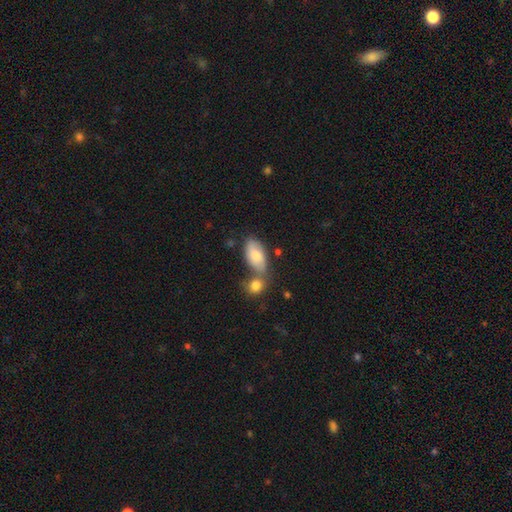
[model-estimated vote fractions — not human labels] Overall: smooth (63%; featured or disk 27%). How rounded: in between (89%). Merging: none (50%; merger 32%).